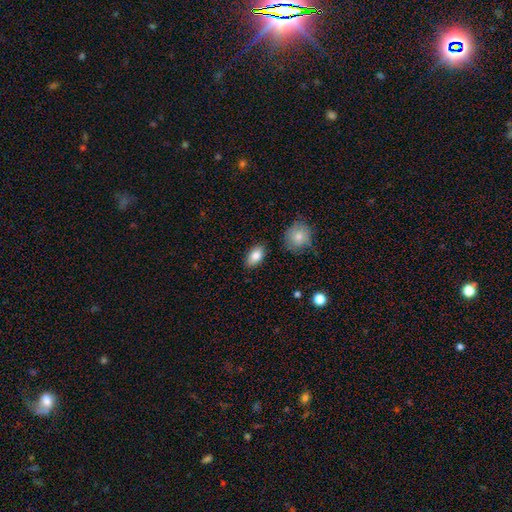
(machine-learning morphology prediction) A smooth galaxy with no disk features (83%) that is in between round and cigar-shaped (90%). Merging: none (85%).